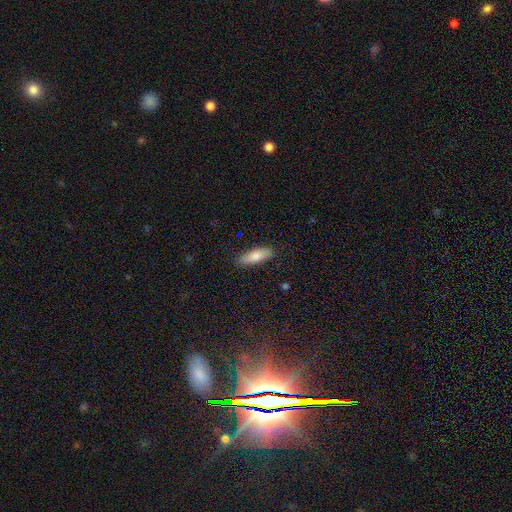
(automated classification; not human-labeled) The model was most divided on "how rounded": in between: 55%, cigar-shaped: 42%, round: 2%. More confident: merging — none (88%); smooth or featured — smooth (77%).